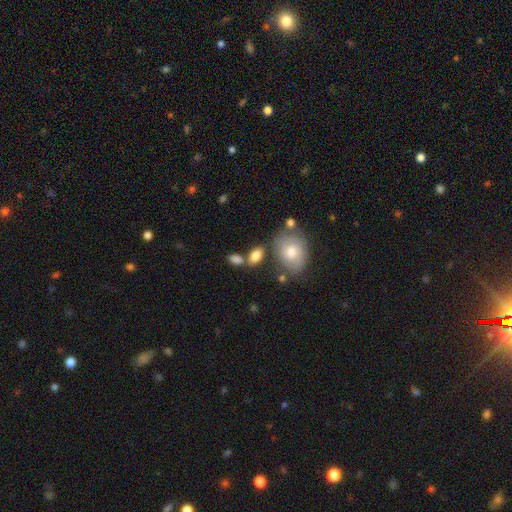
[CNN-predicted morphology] The model was most divided on "merging": none: 60%, merger: 19%, minor disturbance: 15%, major disturbance: 6%. More confident: how rounded — in between (87%); smooth or featured — smooth (80%).